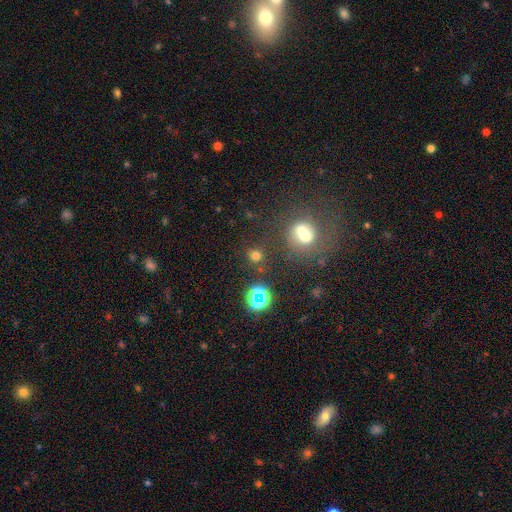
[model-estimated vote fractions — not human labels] Morphology: type=smooth (69%); roundness=round (89%); merging=none (73%).